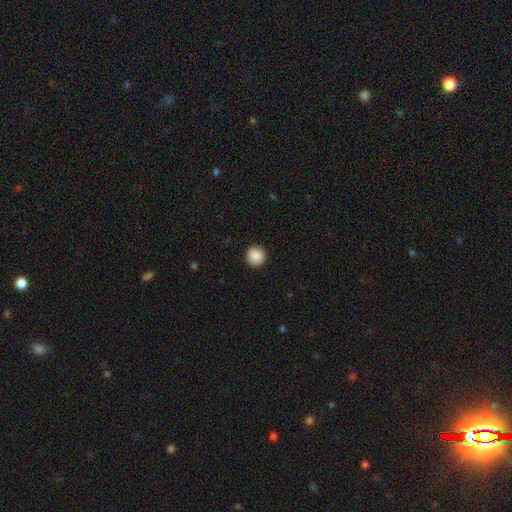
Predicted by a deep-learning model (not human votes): This is clearly a smooth galaxy (89%). How rounded: clearly round (92%). Merging: clearly none (90%).